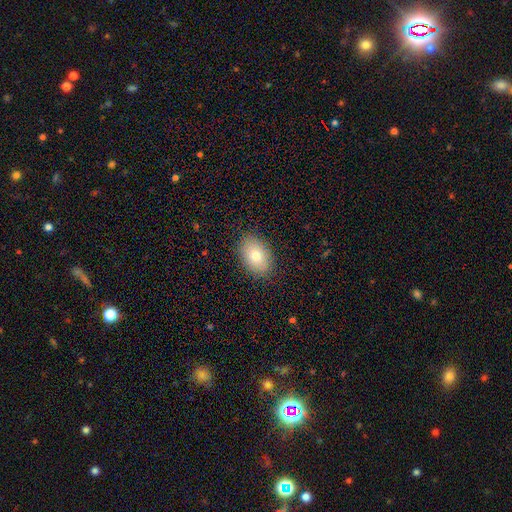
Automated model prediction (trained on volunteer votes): Smooth or featured: smooth — 79% (featured or disk — 13%)
How rounded: in between — 84% (round — 15%)
Merging: none — 88% (minor disturbance — 9%)